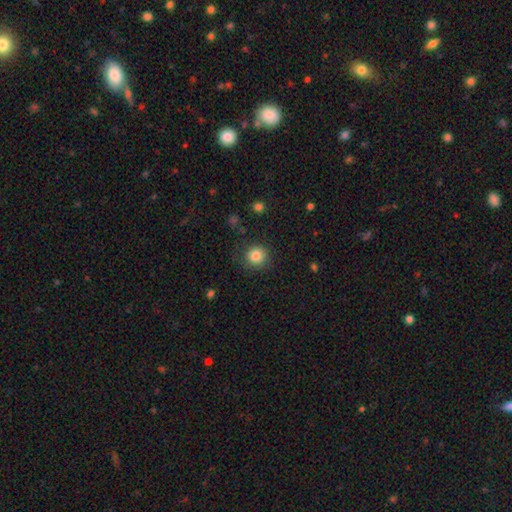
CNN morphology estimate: Smooth or featured: smooth — 83% (star or artifact — 11%)
How rounded: round — 92% (in between — 8%)
Merging: none — 84% (minor disturbance — 10%)